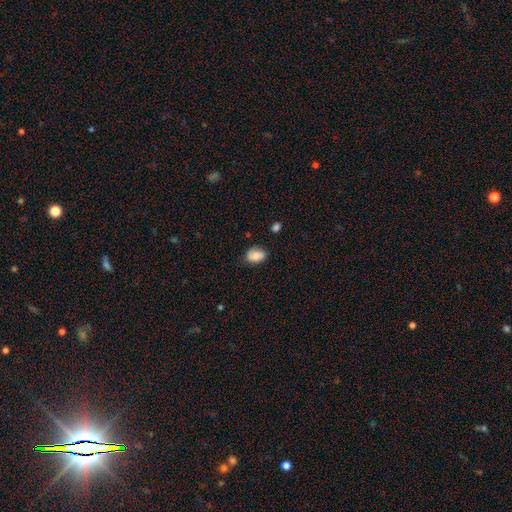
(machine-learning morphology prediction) Smooth or featured: smooth — 72% (featured or disk — 19%)
How rounded: in between — 70% (round — 28%)
Merging: none — 69% (minor disturbance — 24%)